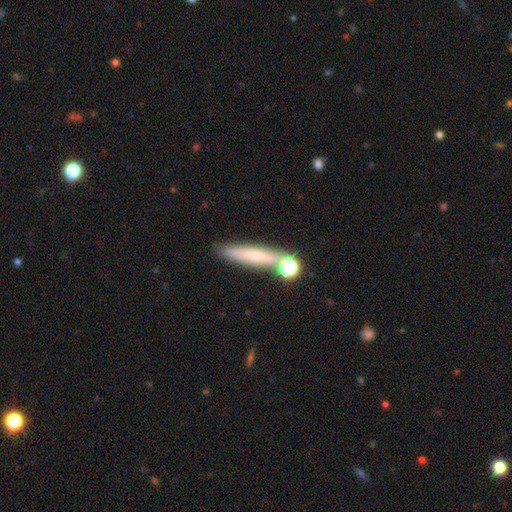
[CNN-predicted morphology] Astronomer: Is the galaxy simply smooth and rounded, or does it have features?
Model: smooth — 57%.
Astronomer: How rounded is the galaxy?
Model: cigar-shaped — 85%.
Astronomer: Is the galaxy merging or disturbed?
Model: none — 69%.